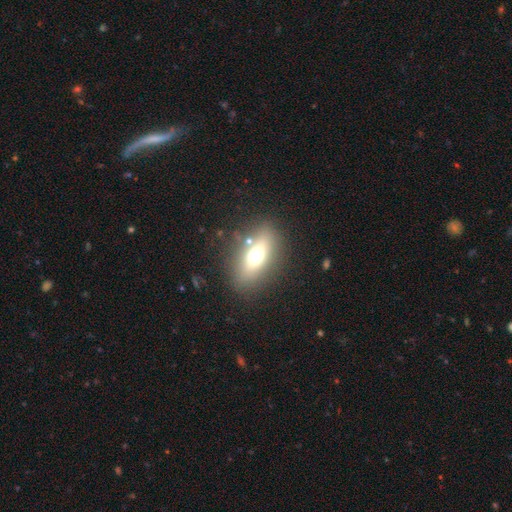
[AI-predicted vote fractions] Smooth or featured?
  - smooth: 61% *
  - featured or disk: 27%
  - star or artifact: 12%
How rounded?
  - in between: 74% *
  - cigar-shaped: 13%
  - round: 12%
Merging?
  - none: 81% *
  - minor disturbance: 10%
  - major disturbance: 5%
  - merger: 4%